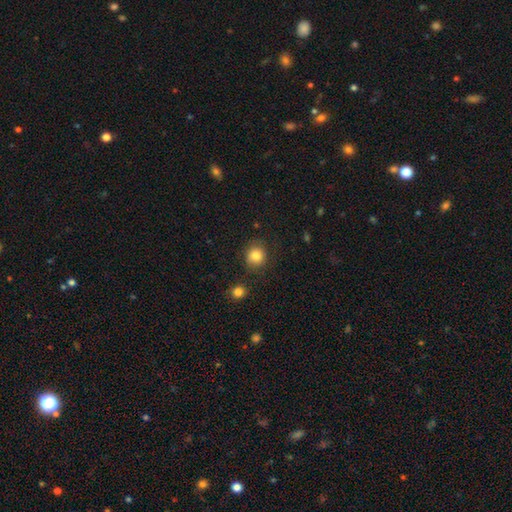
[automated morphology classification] type=smooth (83%); roundness=round (86%); merging=none (84%).